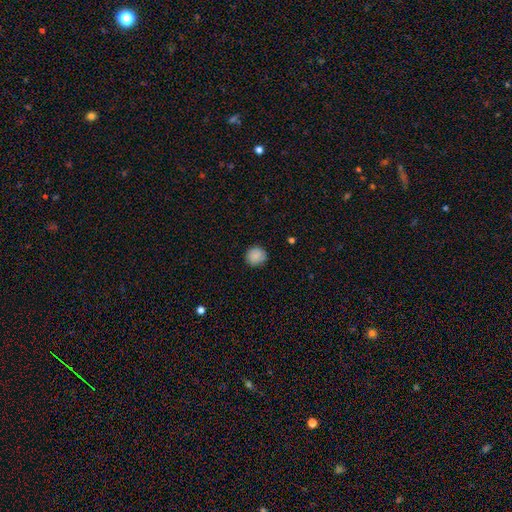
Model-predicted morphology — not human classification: Overall: smooth (87%). How rounded: round (91%). Merging: none (86%).